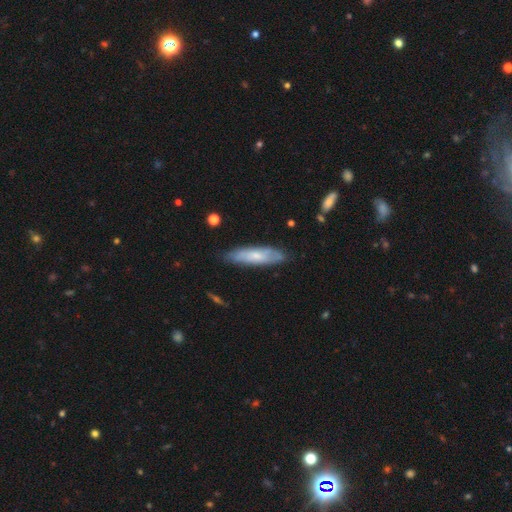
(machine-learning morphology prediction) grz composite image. It shows a smooth galaxy with no disk features (56%) that is cigar-shaped (66%). Merging: none (78%).